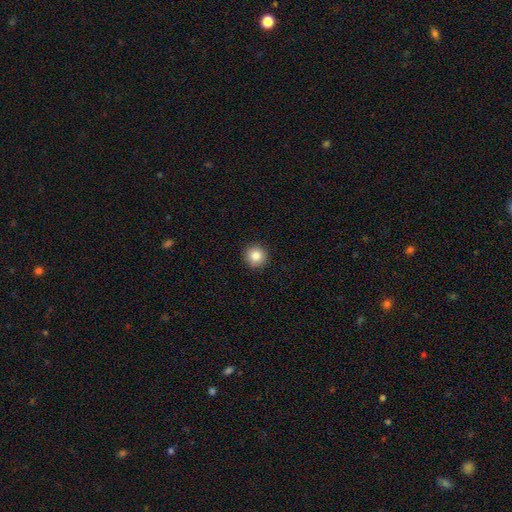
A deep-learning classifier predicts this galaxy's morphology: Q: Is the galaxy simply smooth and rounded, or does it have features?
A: smooth — 86%.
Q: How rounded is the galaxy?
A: round — 95%.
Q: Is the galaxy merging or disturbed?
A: none — 92%.